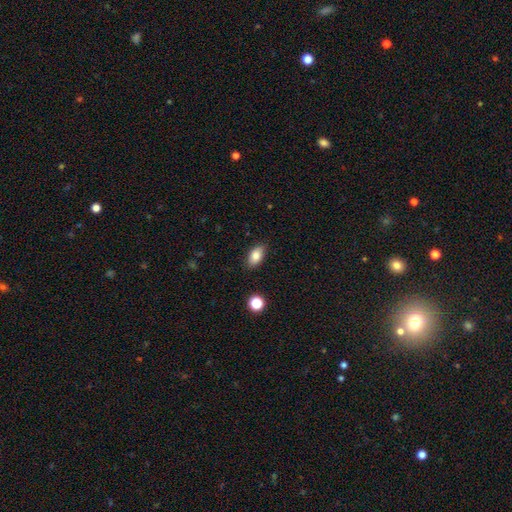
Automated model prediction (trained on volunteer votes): This appears to be a smooth galaxy with no disk features (82%) that is in between round and cigar-shaped (89%). Merging: none (86%).